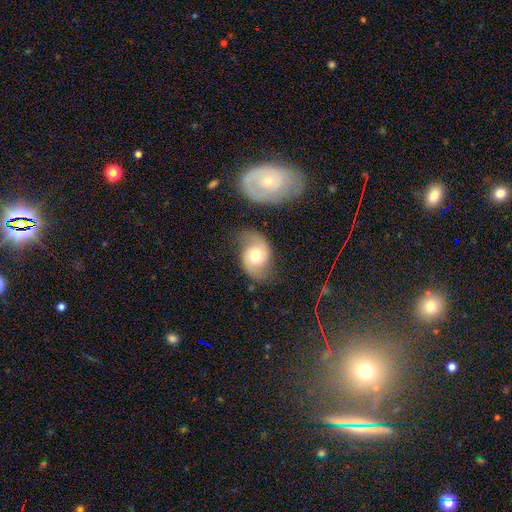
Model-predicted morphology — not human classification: A featured or disk galaxy (60%) with no bar (64%), spiral arms (87%) and a moderate central bulge (73%).

Vote fractions:
- Smooth or featured? featured or disk: 60% / smooth: 33% / star or artifact: 7%
- Edge-on disk? no: 96% / yes: 4%
- Bar? no: 64% / weak: 29% / strong: 6%
- Spiral arms? yes: 87% / no: 13%
- Bulge size? moderate: 73% / large: 13% / small: 11% / dominant: 2% / none: 1%
- Merging? none: 64% / minor disturbance: 22% / major disturbance: 8% / merger: 5%